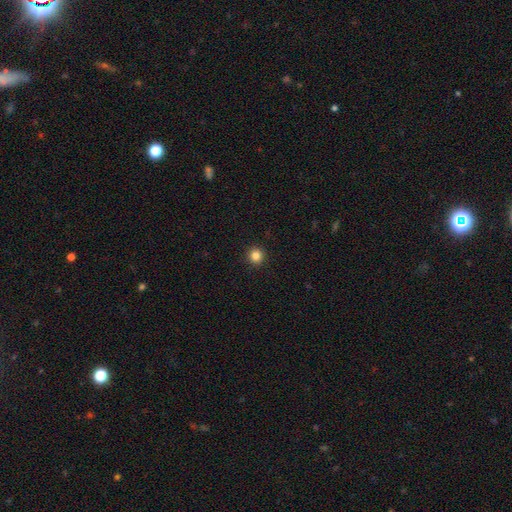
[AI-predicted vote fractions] This appears to be a smooth galaxy with no disk features (85%) that is round (94%). Merging: none (93%).